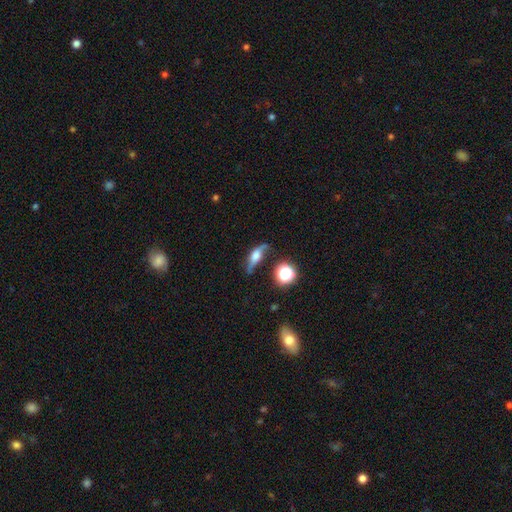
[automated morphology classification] smooth-or-featured: featured or disk: 47% | smooth: 41% | star or artifact: 12%
  merging: none: 51% | minor disturbance: 28% | major disturbance: 15% | merger: 6%